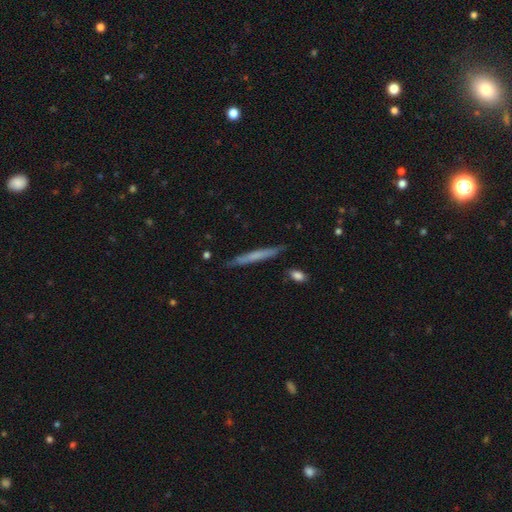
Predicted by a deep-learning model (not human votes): Smooth or featured: smooth — 53% (featured or disk — 40%)
How rounded: cigar-shaped — 96% (in between — 3%)
Merging: none — 85% (minor disturbance — 11%)